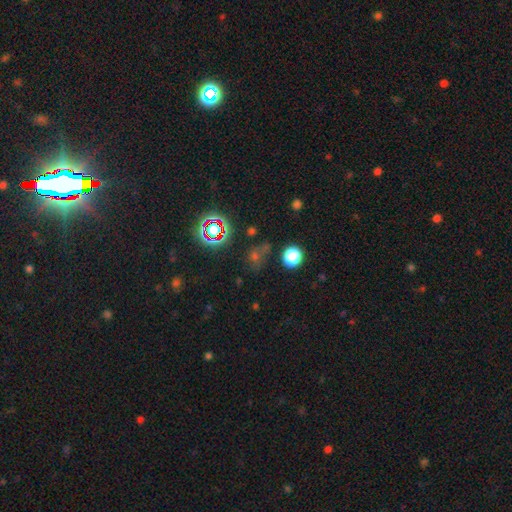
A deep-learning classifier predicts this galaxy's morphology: This appears to be a star or artifact, not a galaxy (51%).